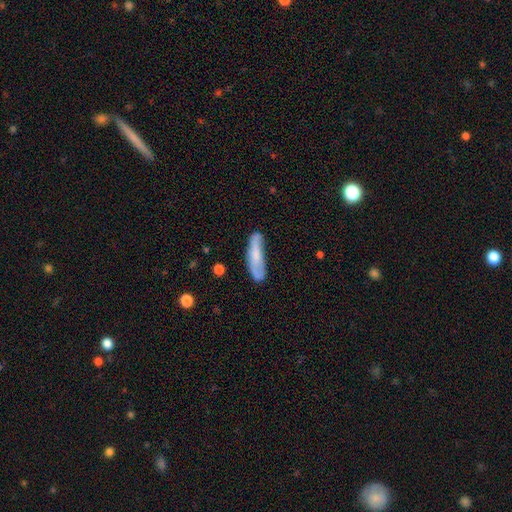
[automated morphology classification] smooth_or_featured: smooth (p=0.59) [alt: featured or disk p=0.34]
how_rounded: cigar-shaped (p=0.65) [alt: in between p=0.33]
merging: none (p=0.61) [alt: minor disturbance p=0.27]